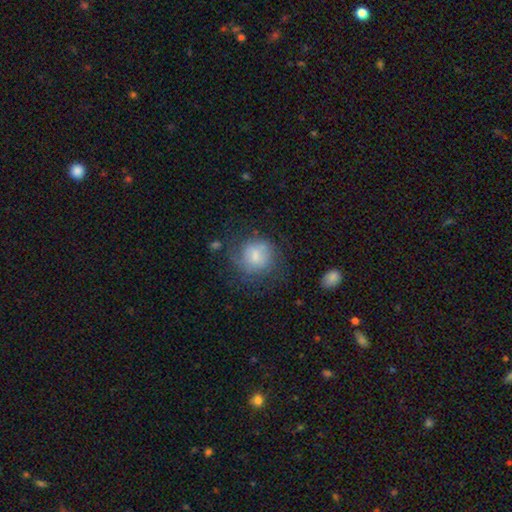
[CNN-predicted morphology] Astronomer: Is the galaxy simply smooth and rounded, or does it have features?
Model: smooth — 60%.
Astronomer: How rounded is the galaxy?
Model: round — 85%.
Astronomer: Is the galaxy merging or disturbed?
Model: none — 54%.